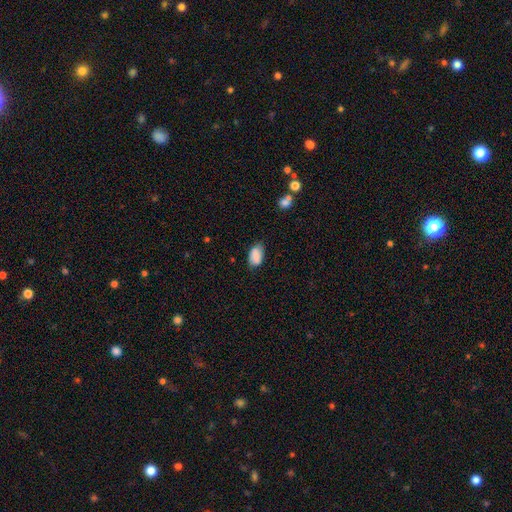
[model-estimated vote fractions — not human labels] Smooth or featured? smooth (83%)
How rounded? in between (92%)
Merging? none (68%)